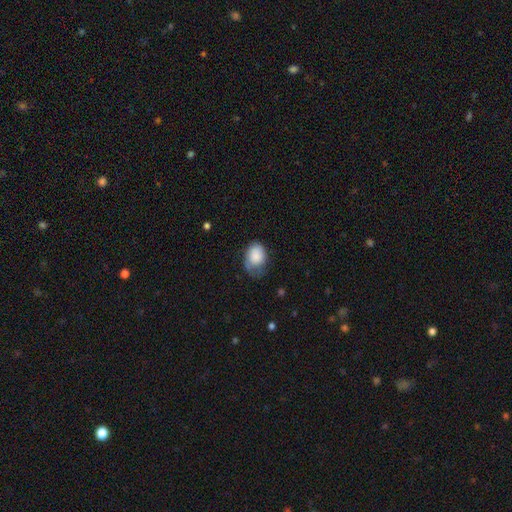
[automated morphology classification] Q: Smooth or featured?
A: smooth (81%); runner-up: featured or disk (12%)
Q: How rounded?
A: in between (61%); runner-up: round (38%)
Q: Merging?
A: minor disturbance (38%); runner-up: none (37%)